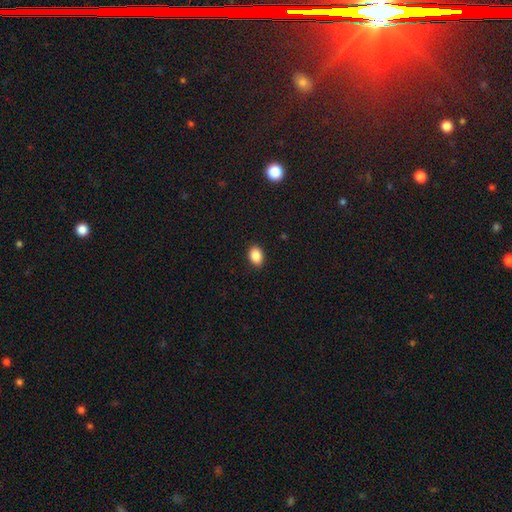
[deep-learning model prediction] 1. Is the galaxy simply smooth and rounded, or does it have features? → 87% smooth, 9% star or artifact, 4% featured or disk.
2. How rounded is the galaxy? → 76% in between, 23% round, 1% cigar-shaped.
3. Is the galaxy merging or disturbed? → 89% none, 8% minor disturbance, 2% major disturbance, 1% merger.